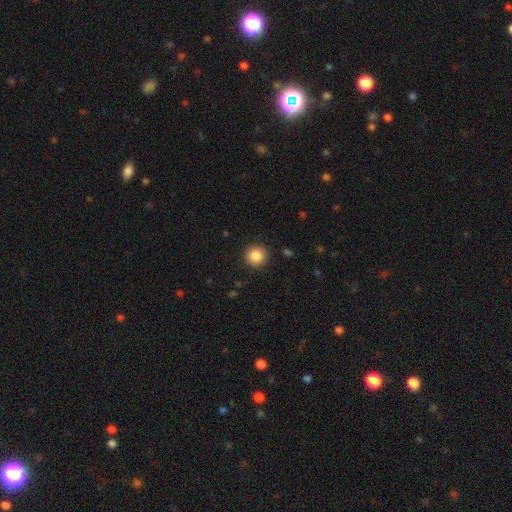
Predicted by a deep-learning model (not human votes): Morphology: type=smooth (87%); roundness=round (94%); merging=none (91%).